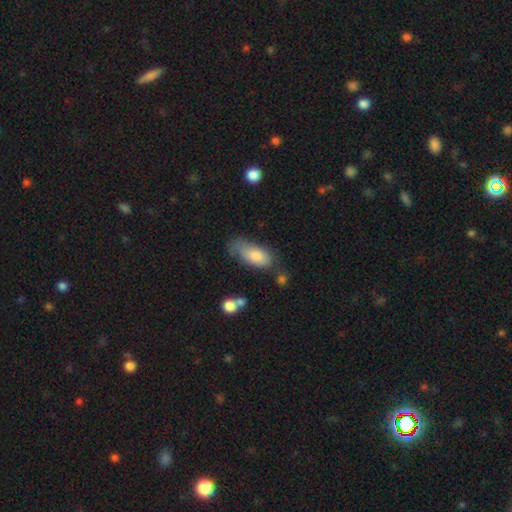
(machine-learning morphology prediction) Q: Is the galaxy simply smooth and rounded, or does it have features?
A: smooth — 77%.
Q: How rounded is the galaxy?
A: in between — 86%.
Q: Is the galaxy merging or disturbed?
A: none — 42%.